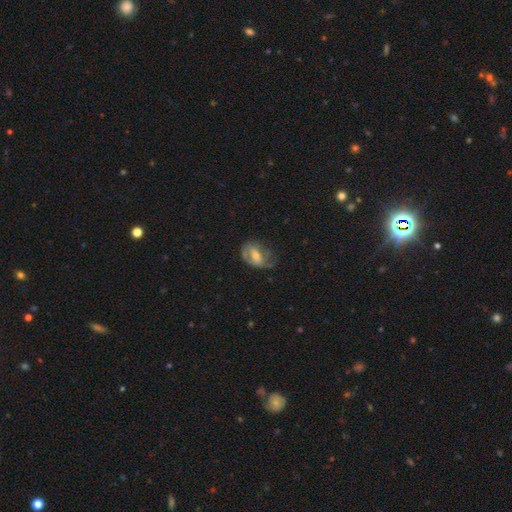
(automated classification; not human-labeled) This is possibly a featured or disk galaxy (54%). It is clearly not viewed edge-on (94%). Bar: marginally no (42%). Spiral arm pattern: possibly yes (56%). Central bulge: possibly moderate (54%). Merging: marginally none (42%).